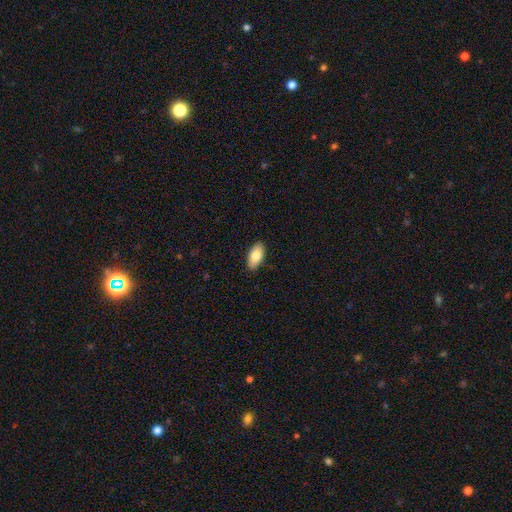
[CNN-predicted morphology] smooth-or-featured: smooth: 82% | featured or disk: 12% | star or artifact: 6%
  how-rounded: in between: 93% | cigar-shaped: 5% | round: 2%
  merging: none: 89% | minor disturbance: 8% | major disturbance: 2% | merger: 1%